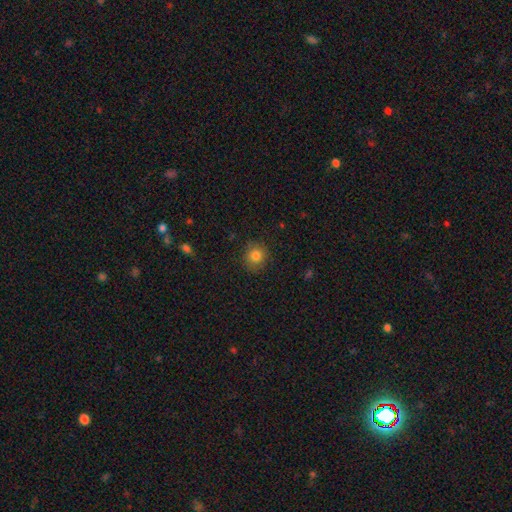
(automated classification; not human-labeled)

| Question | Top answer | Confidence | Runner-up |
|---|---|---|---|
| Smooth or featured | smooth | 81% | star or artifact (12%) |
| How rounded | round | 89% | in between (10%) |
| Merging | none | 87% | minor disturbance (10%) |